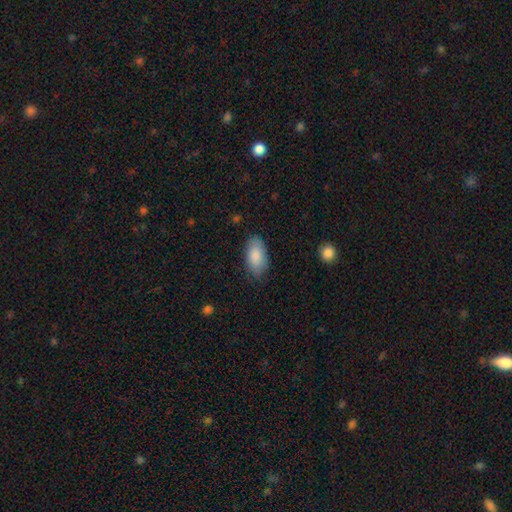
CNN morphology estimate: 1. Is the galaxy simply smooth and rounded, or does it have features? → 87% smooth, 7% featured or disk, 6% star or artifact.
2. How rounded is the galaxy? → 95% in between, 3% round, 3% cigar-shaped.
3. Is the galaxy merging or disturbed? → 79% none, 16% minor disturbance, 4% major disturbance, 1% merger.